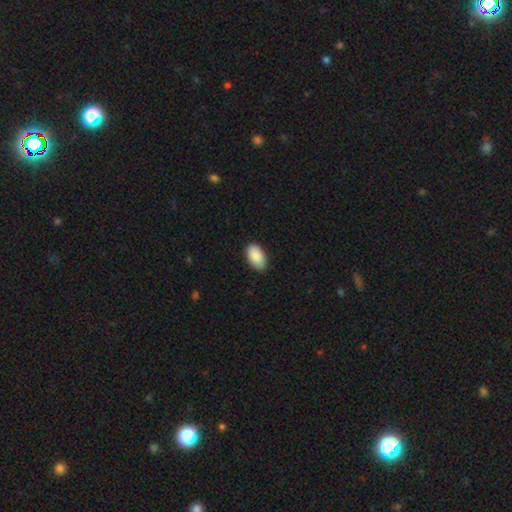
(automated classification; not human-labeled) Smooth or featured: smooth — 89% (star or artifact — 6%)
How rounded: in between — 95% (round — 4%)
Merging: none — 86% (minor disturbance — 11%)